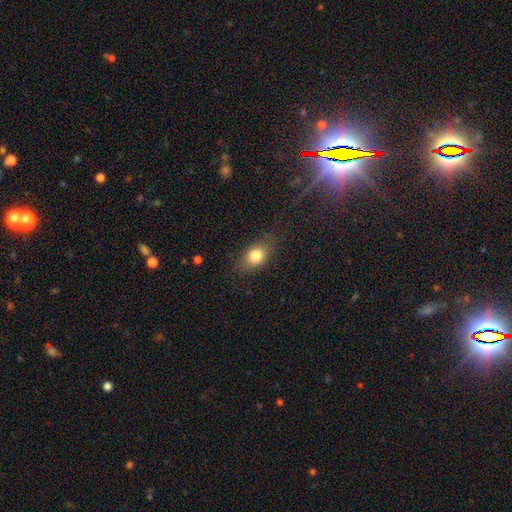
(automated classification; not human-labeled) Smooth or featured?
  - smooth: 80% *
  - featured or disk: 11%
  - star or artifact: 9%
How rounded?
  - in between: 75% *
  - round: 22%
  - cigar-shaped: 3%
Merging?
  - none: 77% *
  - minor disturbance: 17%
  - major disturbance: 6%
  - merger: 1%